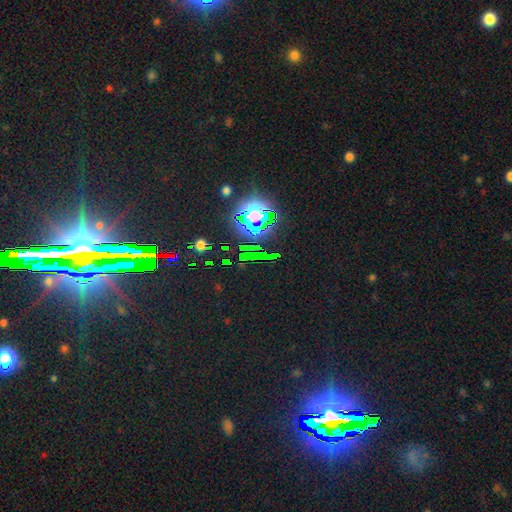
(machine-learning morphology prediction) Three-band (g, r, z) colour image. It shows a star or artifact, not a galaxy (83%).